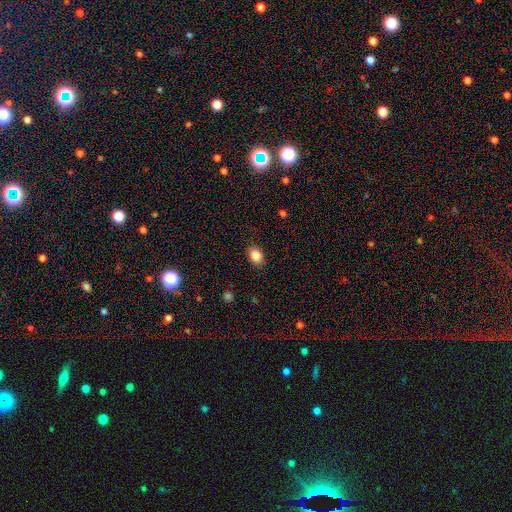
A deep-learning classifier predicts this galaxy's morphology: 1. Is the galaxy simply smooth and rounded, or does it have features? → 85% smooth, 9% star or artifact, 6% featured or disk.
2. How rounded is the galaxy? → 71% in between, 28% round, 1% cigar-shaped.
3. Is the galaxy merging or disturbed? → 85% none, 11% minor disturbance, 3% major disturbance, 1% merger.